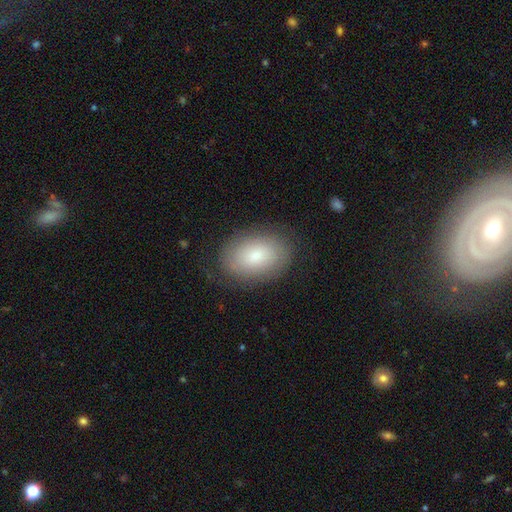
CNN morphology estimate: Overall: smooth (72%). How rounded: in between (83%). Merging: none (81%).